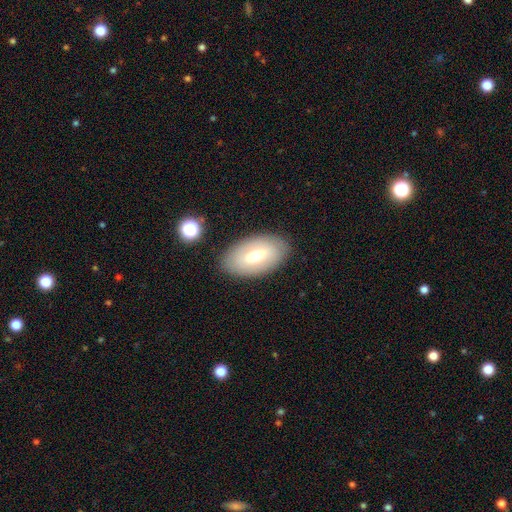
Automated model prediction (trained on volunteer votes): Smooth or featured: smooth — 55% (featured or disk — 38%)
How rounded: in between — 93% (round — 5%)
Merging: none — 85% (minor disturbance — 10%)